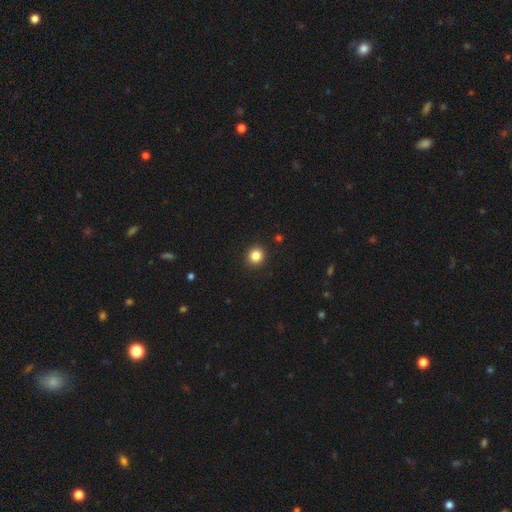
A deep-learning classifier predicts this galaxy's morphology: This is clearly a smooth galaxy (84%). How rounded: clearly round (90%). Merging: clearly none (92%).